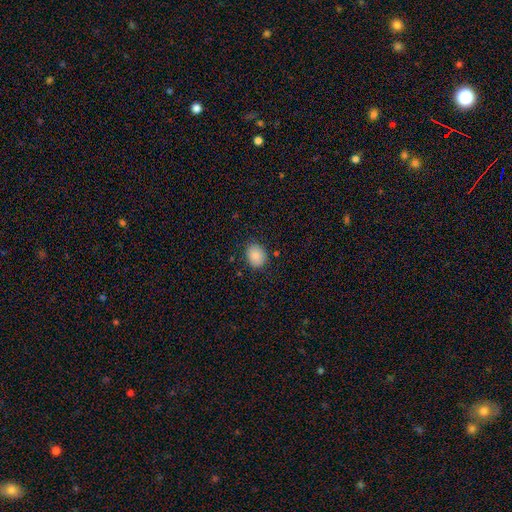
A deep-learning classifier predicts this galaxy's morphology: Overall: smooth (87%). How rounded: round (51%; in between 48%). Merging: none (84%).